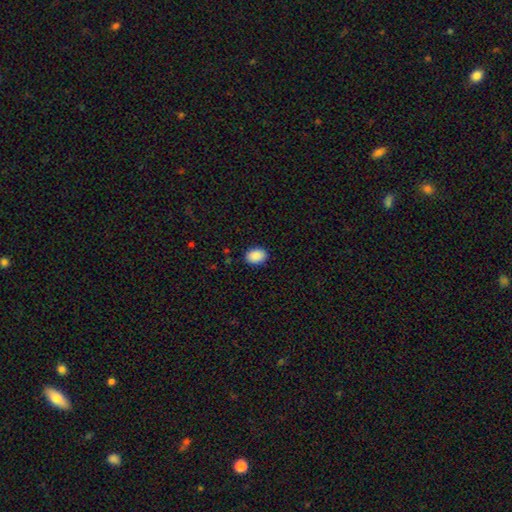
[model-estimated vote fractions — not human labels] This is clearly a smooth galaxy (90%). How rounded: likely in between (70%). Merging: clearly none (89%).